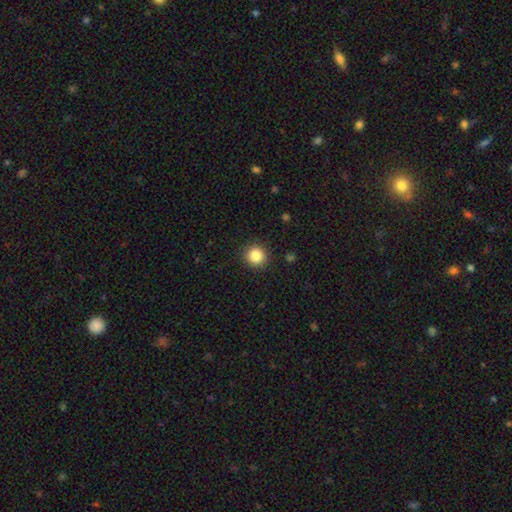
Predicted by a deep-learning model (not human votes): This appears to be a smooth galaxy with no disk features (85%) that is round (94%). Merging: none (91%).